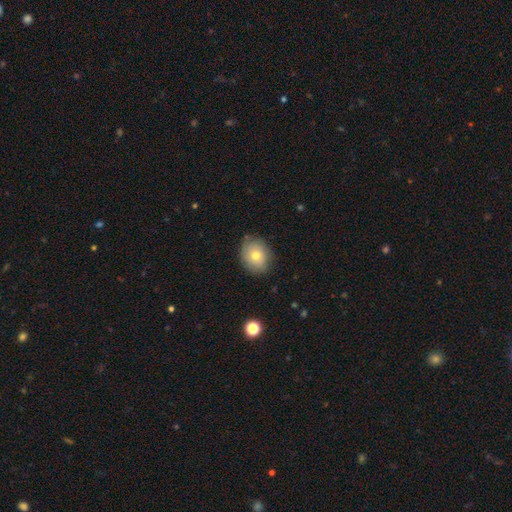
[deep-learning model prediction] smooth_or_featured: smooth (p=0.74) [alt: featured or disk p=0.17]
how_rounded: round (p=0.51) [alt: in between p=0.48]
merging: none (p=0.78) [alt: minor disturbance p=0.17]